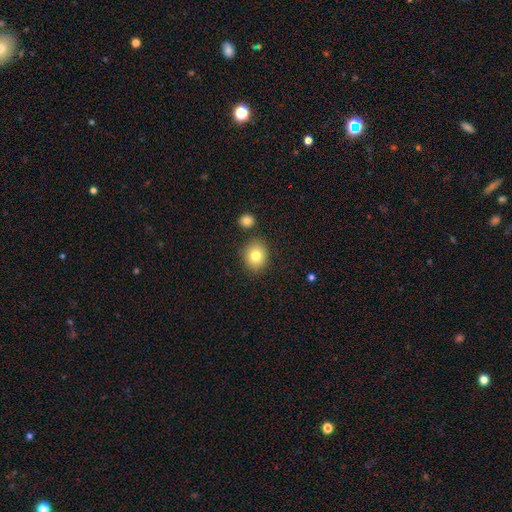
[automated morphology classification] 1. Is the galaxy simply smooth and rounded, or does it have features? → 80% smooth, 10% star or artifact, 10% featured or disk.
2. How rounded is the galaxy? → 69% round, 30% in between, 1% cigar-shaped.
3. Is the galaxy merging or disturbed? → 83% none, 9% minor disturbance, 5% merger, 3% major disturbance.